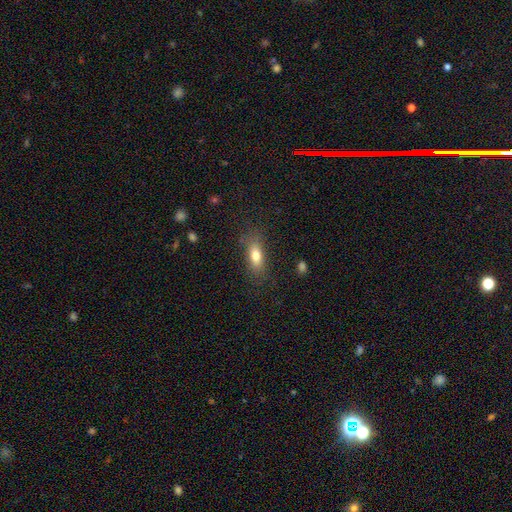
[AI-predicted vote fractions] Q: Smooth or featured?
A: smooth (77%); runner-up: featured or disk (14%)
Q: How rounded?
A: in between (73%); runner-up: cigar-shaped (22%)
Q: Merging?
A: none (77%); runner-up: minor disturbance (15%)